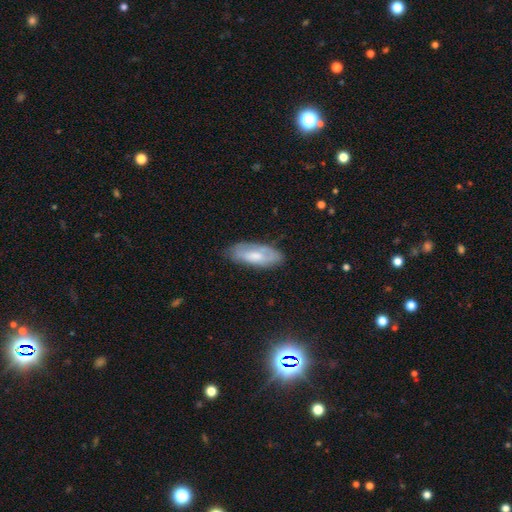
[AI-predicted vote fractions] A smooth galaxy with no disk features (55%) that is in between round and cigar-shaped (77%).

Vote fractions:
- Smooth or featured? smooth: 55% / featured or disk: 38% / star or artifact: 7%
- How rounded? in between: 77% / cigar-shaped: 21% / round: 2%
- Merging? none: 70% / minor disturbance: 23% / major disturbance: 6% / merger: 2%